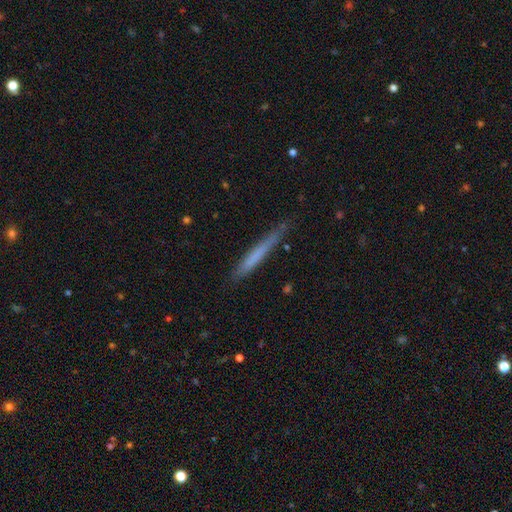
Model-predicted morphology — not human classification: Overall: smooth (63%; featured or disk 31%). How rounded: cigar-shaped (96%). Merging: none (79%).